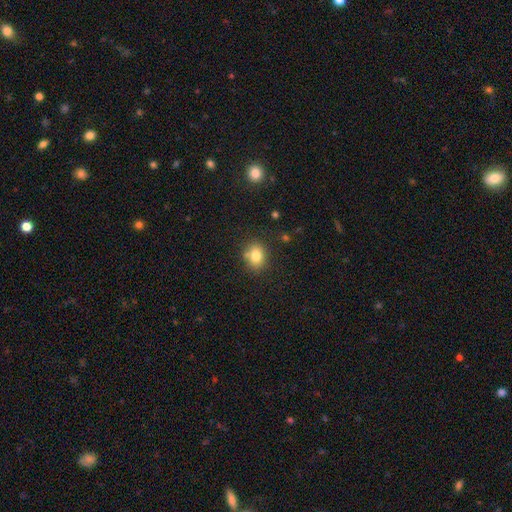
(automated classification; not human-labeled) smooth_or_featured: smooth (p=0.80) [alt: star or artifact p=0.11]
how_rounded: round (p=0.56) [alt: in between p=0.43]
merging: none (p=0.75) [alt: minor disturbance p=0.13]